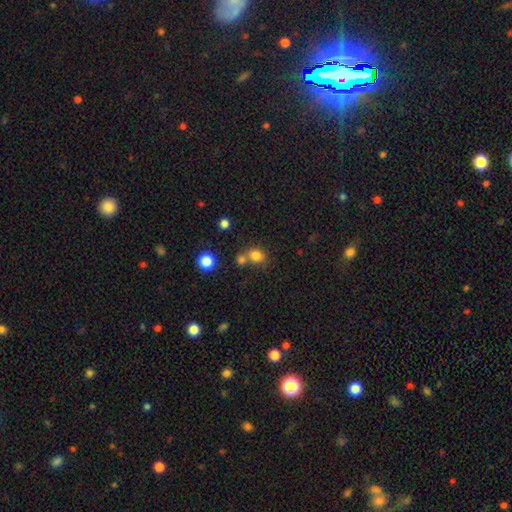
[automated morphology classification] A smooth galaxy with no disk features (79%) that is round (59%). Merging: none (54%).